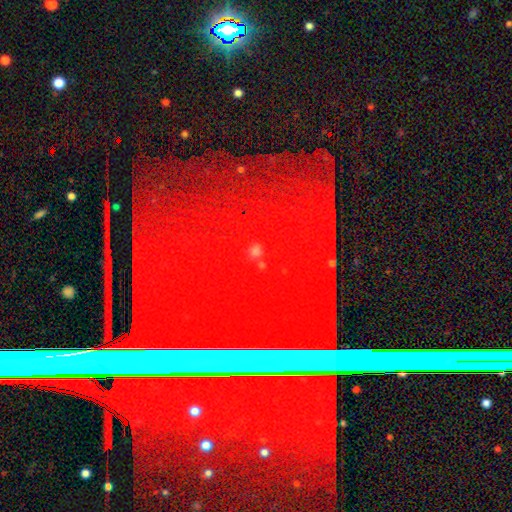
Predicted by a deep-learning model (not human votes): star or artifact 78%, featured or disk 13%, smooth 9%.